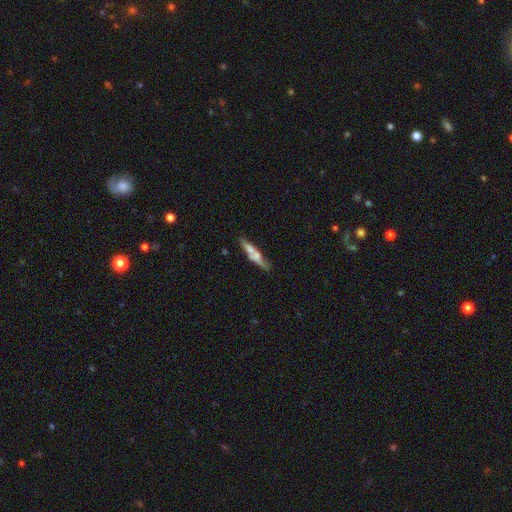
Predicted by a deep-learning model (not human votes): Smooth or featured: smooth — 47% (featured or disk — 46%)
Merging: none — 55% (merger — 21%)